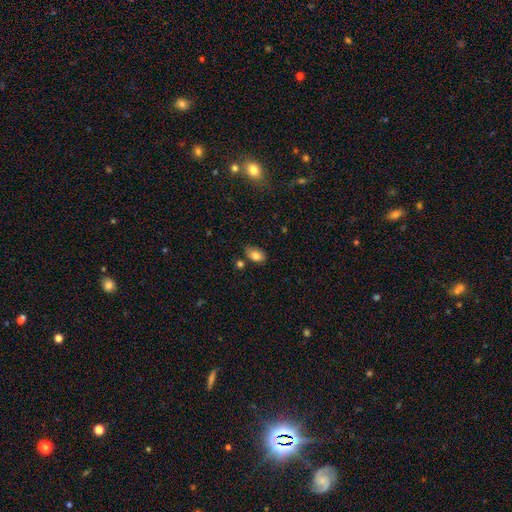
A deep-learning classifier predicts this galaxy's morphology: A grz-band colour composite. It shows a smooth galaxy with no disk features (81%) that is in between round and cigar-shaped (90%). Merging: none (67%).